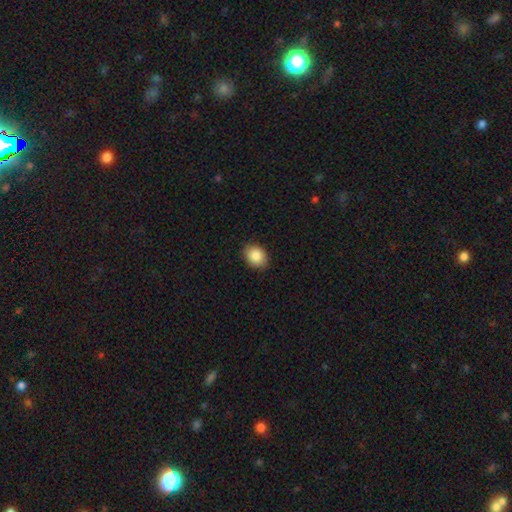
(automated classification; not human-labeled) The model was most divided on "how rounded": in between: 63%, round: 36%, cigar-shaped: 1%. More confident: smooth or featured — smooth (88%); merging — none (88%).